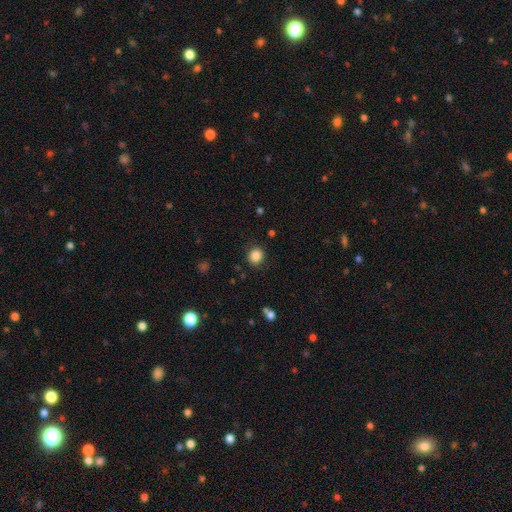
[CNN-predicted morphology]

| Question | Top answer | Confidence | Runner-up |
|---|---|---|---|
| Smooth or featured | smooth | 86% | star or artifact (10%) |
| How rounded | round | 81% | in between (18%) |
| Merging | none | 88% | minor disturbance (8%) |